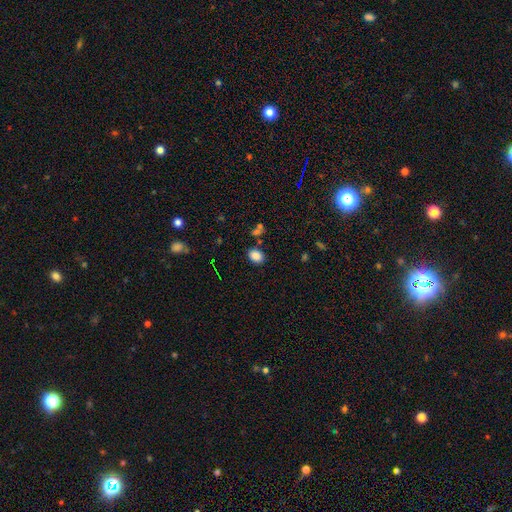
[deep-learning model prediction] A smooth galaxy with no disk features (85%) that is in between round and cigar-shaped (69%).

Vote fractions:
- Smooth or featured? smooth: 85% / star or artifact: 11% / featured or disk: 4%
- How rounded? in between: 69% / round: 30% / cigar-shaped: 1%
- Merging? none: 82% / minor disturbance: 11% / merger: 5% / major disturbance: 3%